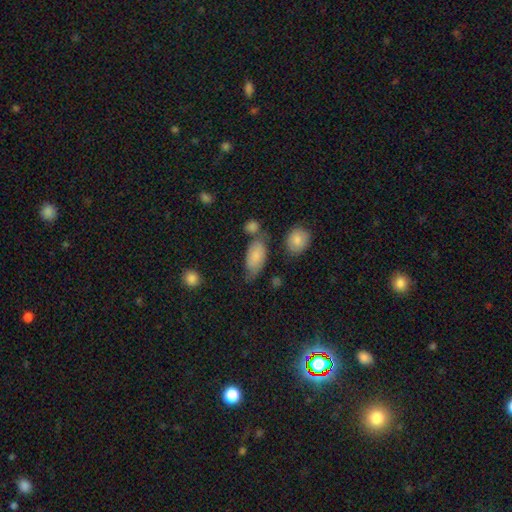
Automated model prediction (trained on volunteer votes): Q: Smooth or featured?
A: smooth (75%); runner-up: featured or disk (17%)
Q: How rounded?
A: in between (91%); runner-up: round (5%)
Q: Merging?
A: none (48%); runner-up: minor disturbance (28%)